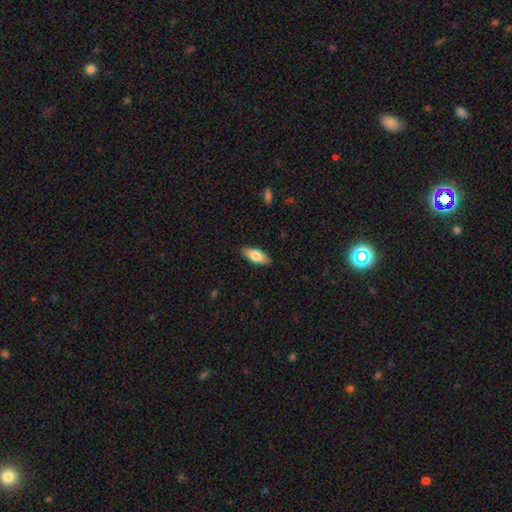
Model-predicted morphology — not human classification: smooth 81%, featured or disk 13%, star or artifact 6%. Down the decision tree: how rounded — in between (82%); merging — none (89%).